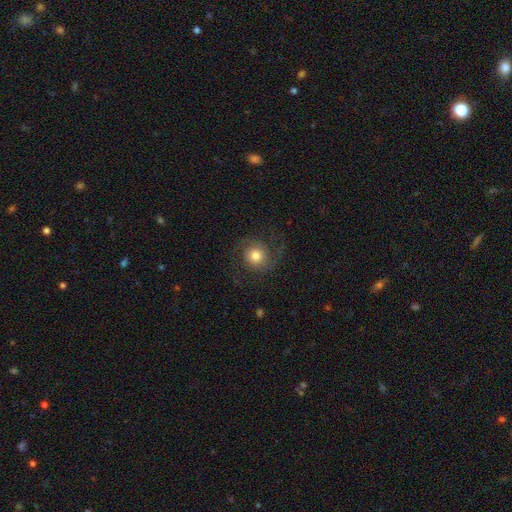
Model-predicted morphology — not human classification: Smooth or featured? Predicted: featured or disk (p=0.56). Edge-on disk? Predicted: no (p=0.97). Bar? Predicted: no (p=0.77). Spiral arms? Predicted: yes (p=0.90). Bulge size? Predicted: moderate (p=0.57). Merging? Predicted: none (p=0.71).